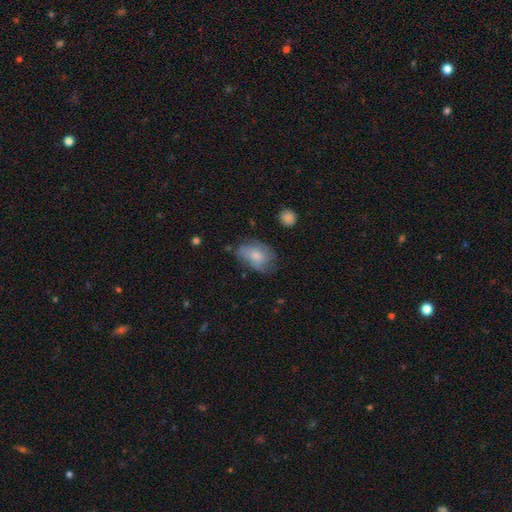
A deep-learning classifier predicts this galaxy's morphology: smooth 65%, featured or disk 27%, star or artifact 7%. Down the decision tree: how rounded — in between (82%); merging — none (53%).